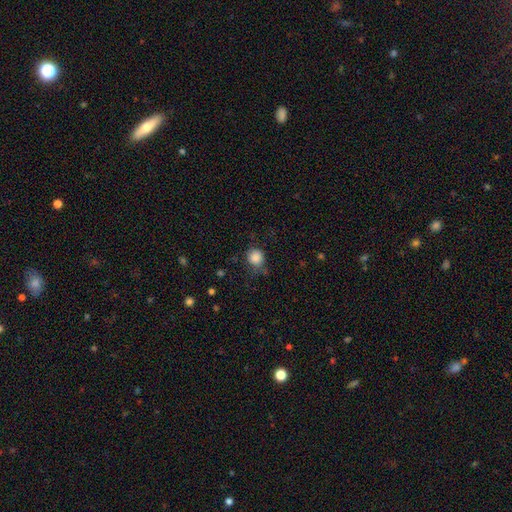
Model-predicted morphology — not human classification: Smooth or featured? Predicted: smooth (p=0.86). How rounded? Predicted: round (p=0.83). Merging? Predicted: none (p=0.69).